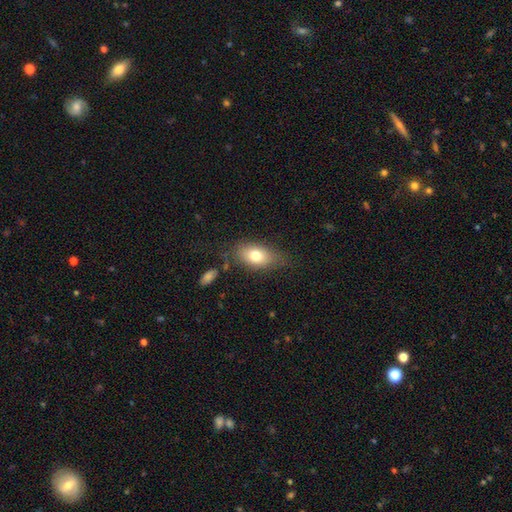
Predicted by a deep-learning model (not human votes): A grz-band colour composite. It shows a smooth galaxy with no disk features (75%) that is in between round and cigar-shaped (85%). Merging: none (70%).